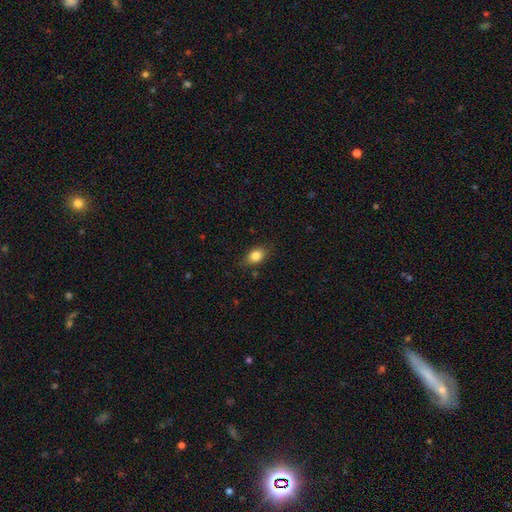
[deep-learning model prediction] Morphology: type=smooth (83%); roundness=in between (74%); merging=none (78%).